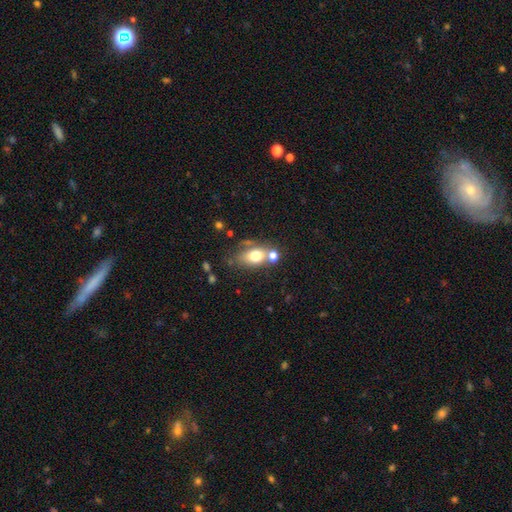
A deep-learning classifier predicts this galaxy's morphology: Smooth or featured? Predicted: smooth (p=0.72). How rounded? Predicted: in between (p=0.78). Merging? Predicted: none (p=0.45).